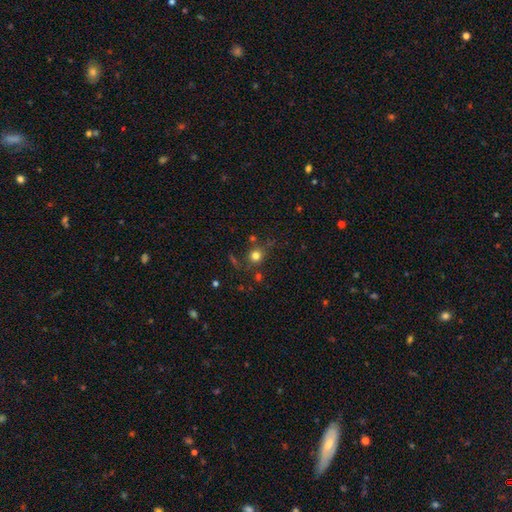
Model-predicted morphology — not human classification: Smooth or featured?
  - smooth: 75% *
  - star or artifact: 17%
  - featured or disk: 8%
How rounded?
  - round: 89% *
  - in between: 10%
  - cigar-shaped: 1%
Merging?
  - none: 76% *
  - minor disturbance: 12%
  - merger: 7%
  - major disturbance: 5%